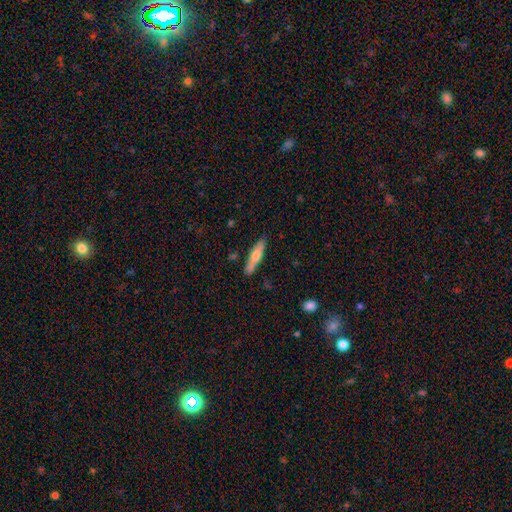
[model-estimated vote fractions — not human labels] Overall: smooth (55%; featured or disk 39%). How rounded: cigar-shaped (84%). Merging: none (86%).